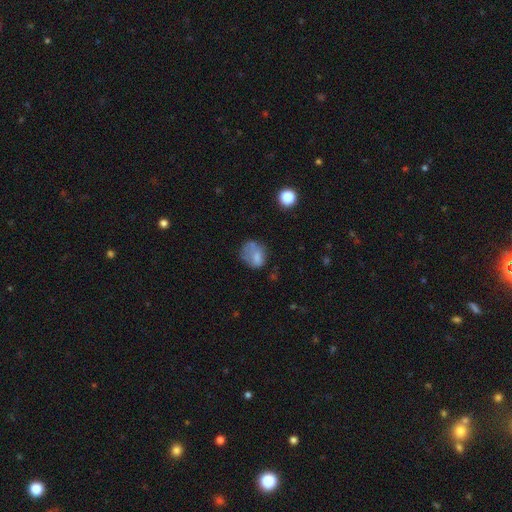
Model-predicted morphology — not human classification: Overall: smooth (65%). How rounded: round (50%; in between 49%). Merging: none (39%; minor disturbance 29%).